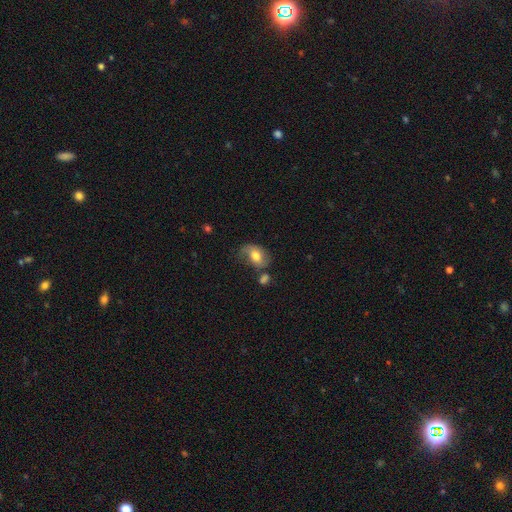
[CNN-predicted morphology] Overall: smooth (57%; featured or disk 35%). How rounded: in between (82%). Merging: none (47%; minor disturbance 28%).